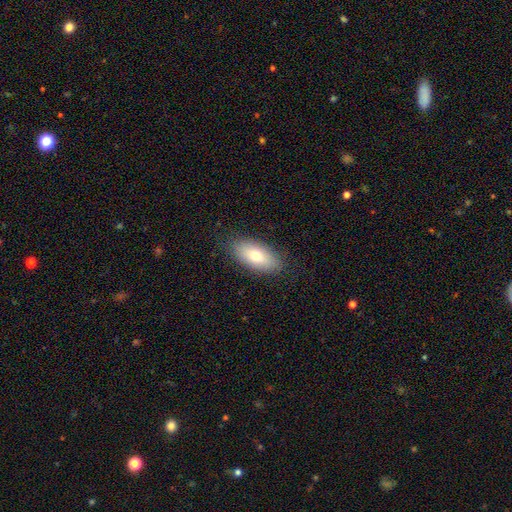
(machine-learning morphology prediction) This appears to be a smooth galaxy with no disk features (75%) that is in between round and cigar-shaped (89%). Merging: none (85%).